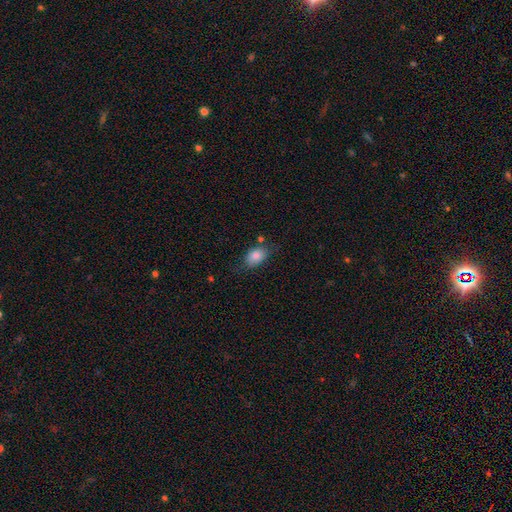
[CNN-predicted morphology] smooth 84%, star or artifact 8%, featured or disk 8%. Down the decision tree: how rounded — in between (82%); merging — none (66%).